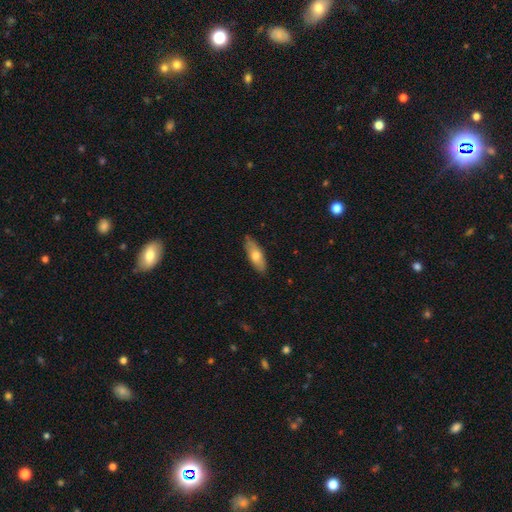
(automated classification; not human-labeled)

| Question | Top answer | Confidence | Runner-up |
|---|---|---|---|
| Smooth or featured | smooth | 66% | featured or disk (28%) |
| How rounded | in between | 66% | cigar-shaped (31%) |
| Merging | none | 85% | minor disturbance (12%) |